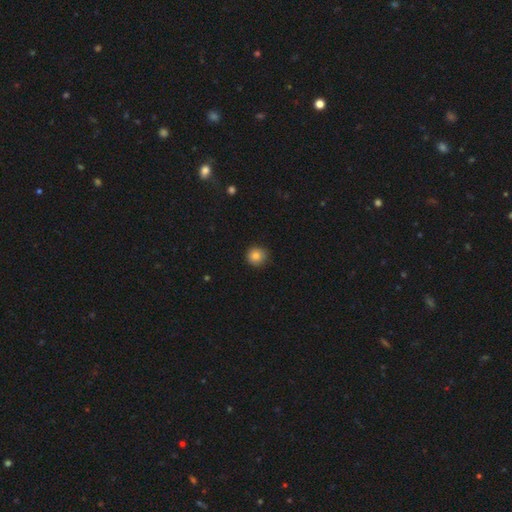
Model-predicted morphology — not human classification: type=smooth (83%); roundness=round (94%); merging=none (90%).